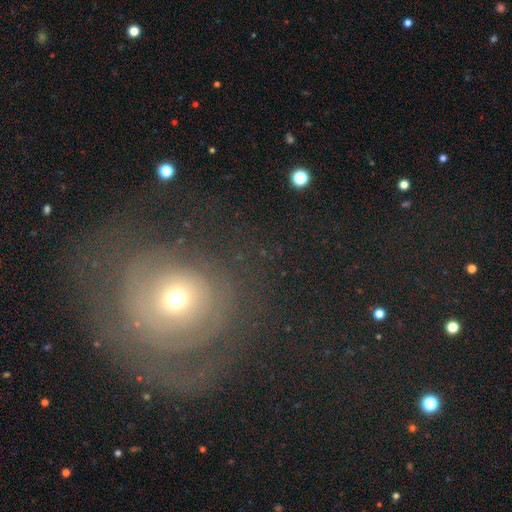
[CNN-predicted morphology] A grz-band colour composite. It shows a featured or disk galaxy (39%). Merging: none (59%).